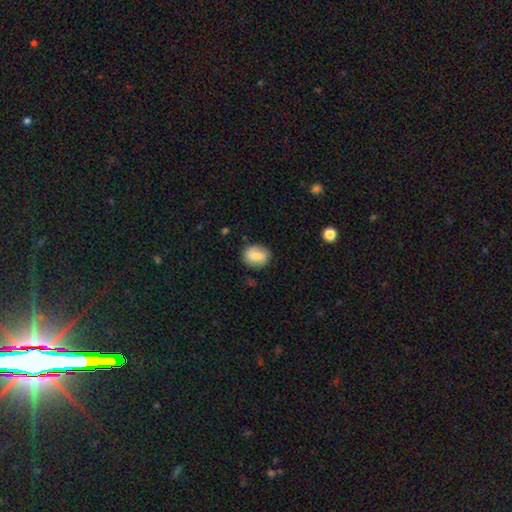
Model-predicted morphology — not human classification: Smooth or featured?
  - smooth: 77% *
  - featured or disk: 16%
  - star or artifact: 7%
How rounded?
  - in between: 49% * (tied)
  - round: 49% * (tied)
  - cigar-shaped: 1%
Merging?
  - none: 79% *
  - minor disturbance: 16%
  - major disturbance: 4%
  - merger: 1%